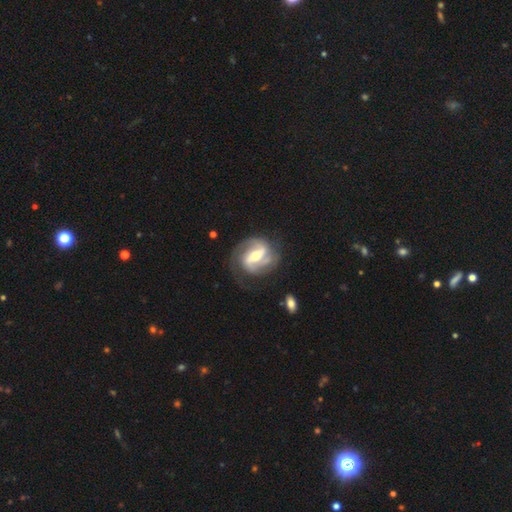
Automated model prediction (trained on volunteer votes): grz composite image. It shows a featured or disk galaxy (88%) with a strong bar (52%), 2 (68%) medium (47%) spiral arms (96%) and a moderate central bulge (60%). Merging: none (71%).